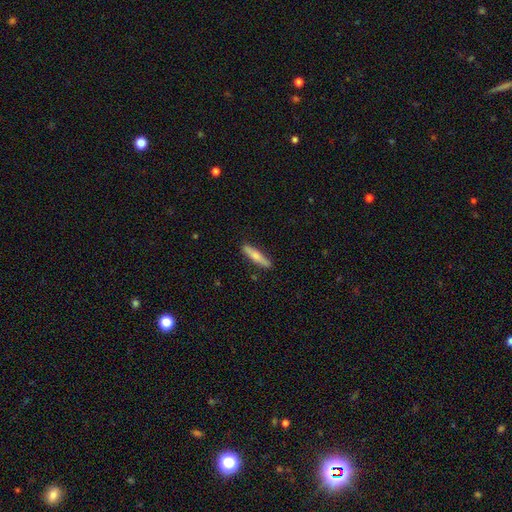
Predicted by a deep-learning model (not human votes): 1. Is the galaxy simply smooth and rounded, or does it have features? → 65% smooth, 29% featured or disk, 6% star or artifact.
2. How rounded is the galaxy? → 86% cigar-shaped, 12% in between, 2% round.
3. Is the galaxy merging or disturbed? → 88% none, 9% minor disturbance, 2% major disturbance, 1% merger.